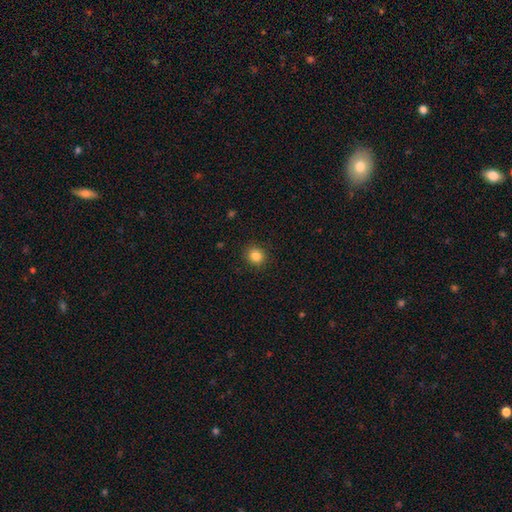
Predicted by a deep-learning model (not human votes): Smooth or featured: smooth — 85% (star or artifact — 11%)
How rounded: round — 84% (in between — 15%)
Merging: none — 90% (minor disturbance — 7%)